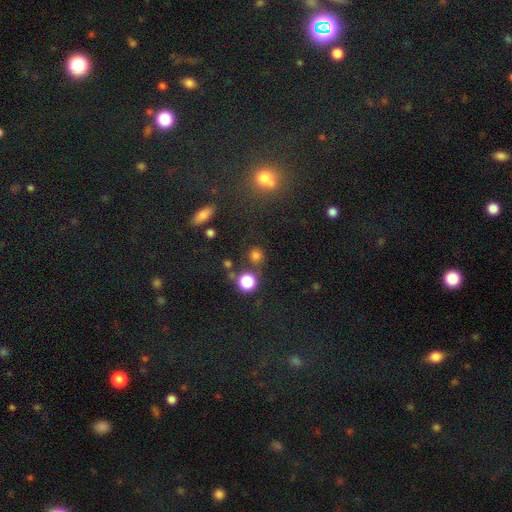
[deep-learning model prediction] Smooth or featured? Predicted: smooth (p=0.74). How rounded? Predicted: round (p=0.89). Merging? Predicted: none (p=0.76).